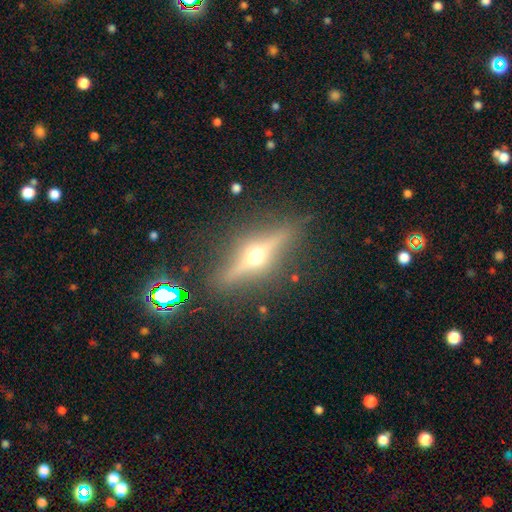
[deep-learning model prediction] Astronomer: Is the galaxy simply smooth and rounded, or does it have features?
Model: featured or disk — 78%.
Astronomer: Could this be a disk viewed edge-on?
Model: yes — 95%.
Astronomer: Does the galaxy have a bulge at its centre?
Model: rounded — 97%.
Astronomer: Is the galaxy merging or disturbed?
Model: none — 87%.